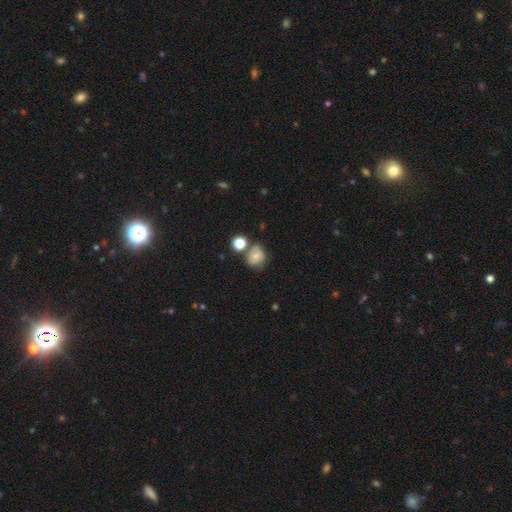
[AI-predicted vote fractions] Morphology: type=smooth (55%); roundness=round (67%); merging=none (52%).